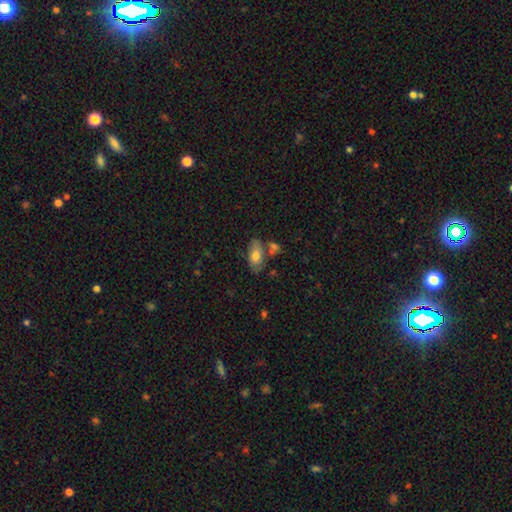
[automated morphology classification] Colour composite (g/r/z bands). It shows a smooth galaxy with no disk features (69%) that is in between round and cigar-shaped (90%). Merging: none (57%).